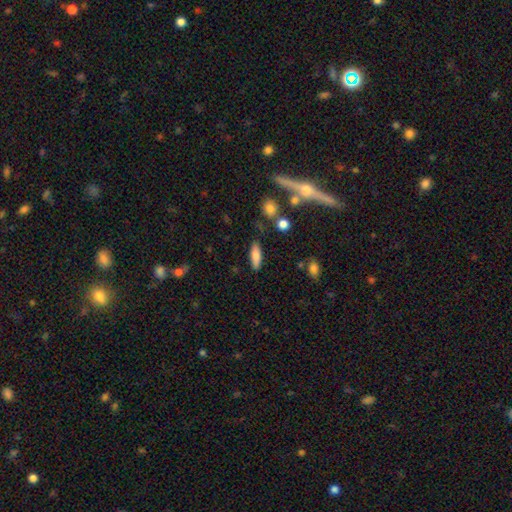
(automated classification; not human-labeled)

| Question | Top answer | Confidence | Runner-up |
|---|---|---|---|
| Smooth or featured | smooth | 78% | featured or disk (14%) |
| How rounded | in between | 50% | cigar-shaped (48%) |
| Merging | none | 81% | minor disturbance (12%) |